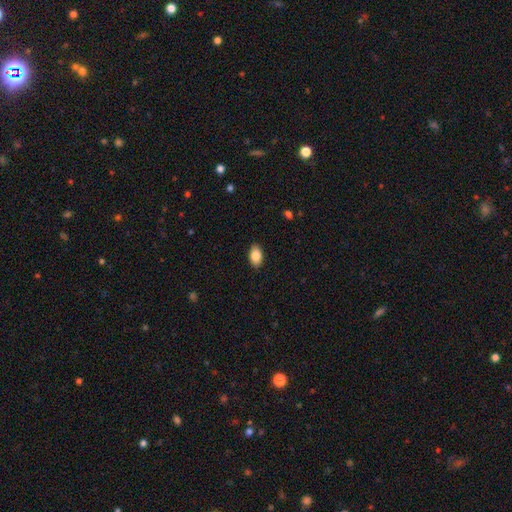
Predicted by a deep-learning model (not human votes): Smooth or featured?
  - smooth: 87% *
  - star or artifact: 7%
  - featured or disk: 6%
How rounded?
  - in between: 92% *
  - round: 7%
  - cigar-shaped: 2%
Merging?
  - none: 89% *
  - minor disturbance: 9%
  - major disturbance: 2%
  - merger: 1%